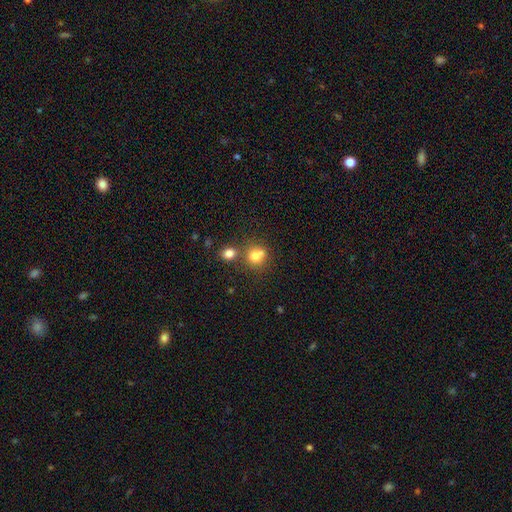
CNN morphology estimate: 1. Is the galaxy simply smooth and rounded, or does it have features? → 77% smooth, 13% star or artifact, 11% featured or disk.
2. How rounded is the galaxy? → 75% round, 23% in between, 1% cigar-shaped.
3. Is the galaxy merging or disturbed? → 45% none, 38% merger, 12% minor disturbance, 5% major disturbance.